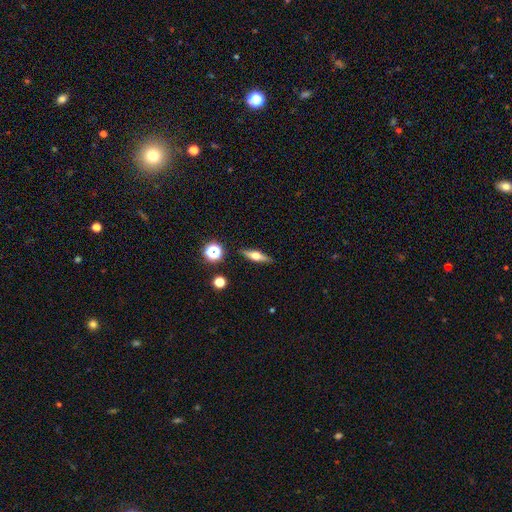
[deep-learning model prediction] Morphology: type=featured or disk (56%); edge-on=yes (94%); edge-on bulge=rounded (93%); merging=none (88%).